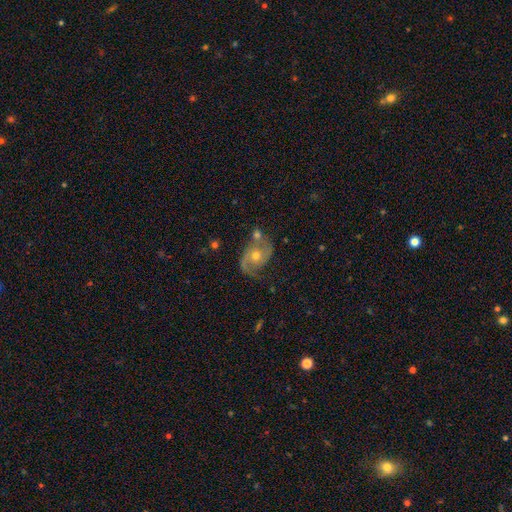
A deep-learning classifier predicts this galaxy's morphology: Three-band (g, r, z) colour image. It shows a featured or disk galaxy (83%) with no bar (72%), 2 (89%) medium (53%) spiral arms (95%) and a moderate central bulge (66%). Merging: none (64%).